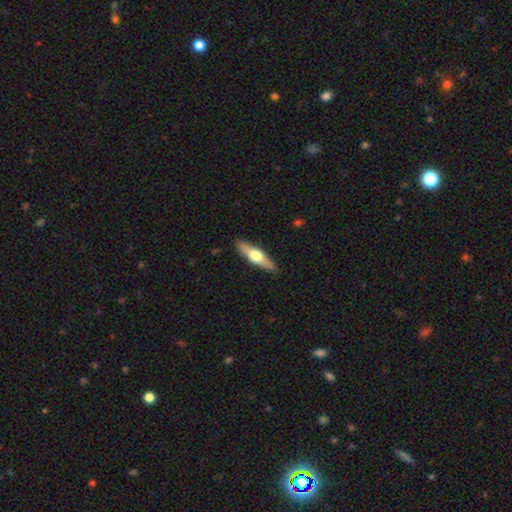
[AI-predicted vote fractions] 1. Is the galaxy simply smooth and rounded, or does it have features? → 50% featured or disk, 45% smooth, 5% star or artifact.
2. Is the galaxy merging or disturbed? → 89% none, 8% minor disturbance, 2% major disturbance, 1% merger.